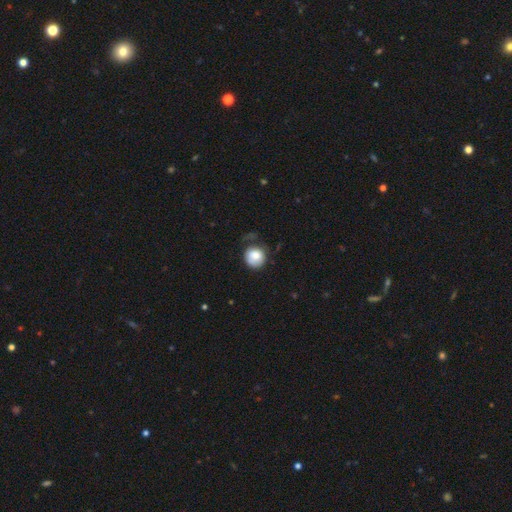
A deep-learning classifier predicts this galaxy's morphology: Smooth or featured? Predicted: smooth (p=0.77). How rounded? Predicted: round (p=0.89). Merging? Predicted: none (p=0.53).